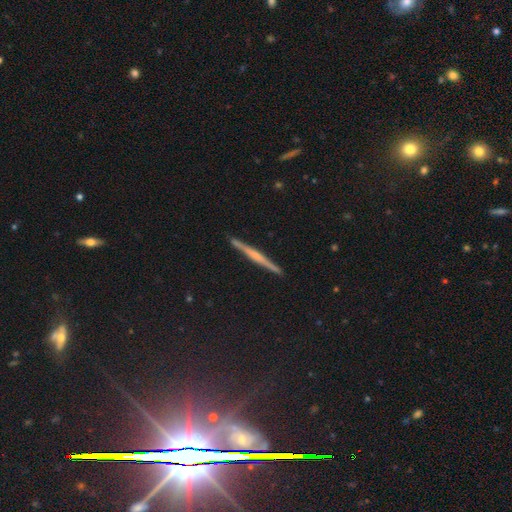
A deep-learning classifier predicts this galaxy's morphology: smooth-or-featured: featured or disk: 66% | smooth: 24% | star or artifact: 10%
  disk-edge-on: yes: 98% | no: 2%
    edge-on-bulge: rounded: 42% | none: 39% | boxy: 19%
  merging: none: 91% | minor disturbance: 6% | major disturbance: 1% | merger: 1%